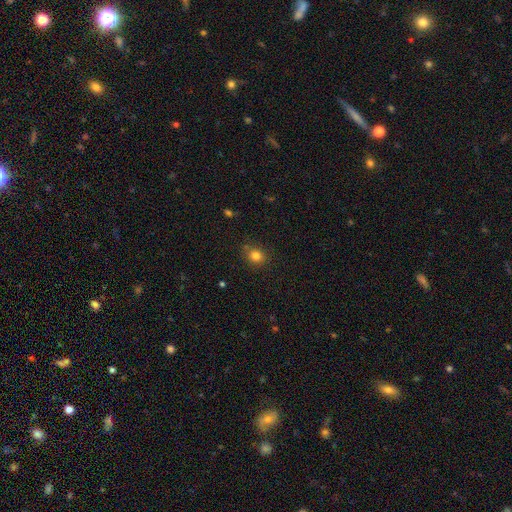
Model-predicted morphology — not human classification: The model was most divided on "how rounded": round: 72%, in between: 27%, cigar-shaped: 1%. More confident: smooth or featured — smooth (81%); merging — none (80%).